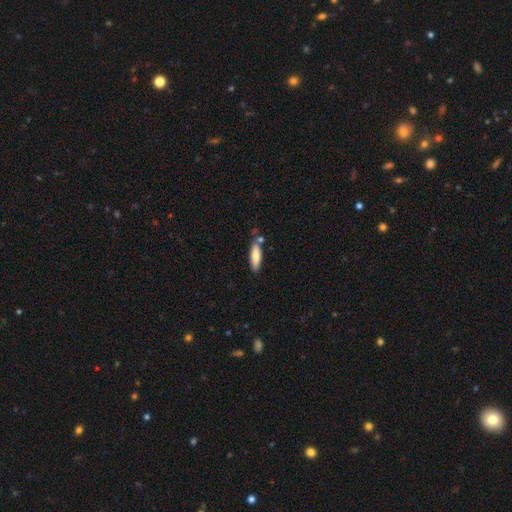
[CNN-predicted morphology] This appears to be a smooth galaxy with no disk features (79%) that is cigar-shaped (61%). Merging: none (70%).